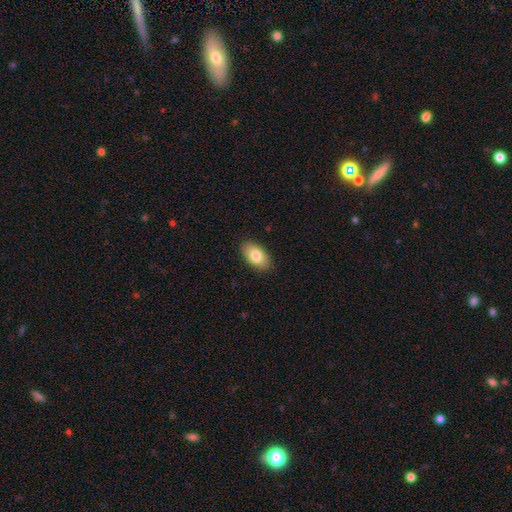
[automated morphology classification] type=smooth (82%); roundness=in between (94%); merging=none (89%).